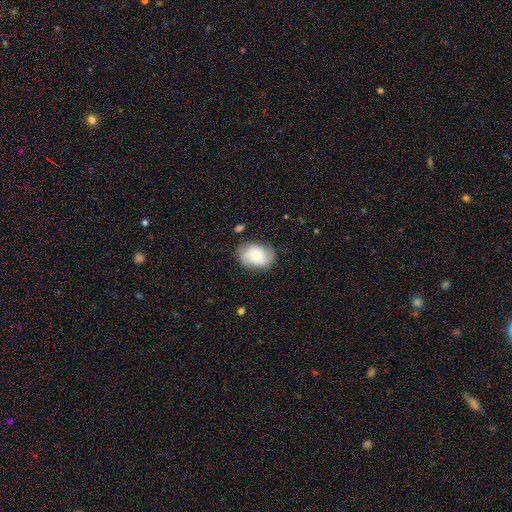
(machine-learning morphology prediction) Overall: featured or disk (55%; smooth 38%). Edge-on disk: no (96%). Bar: no (75%). Spiral arms: yes (86%). Bulge size: moderate (47%, tied with small). Merging: none (74%).